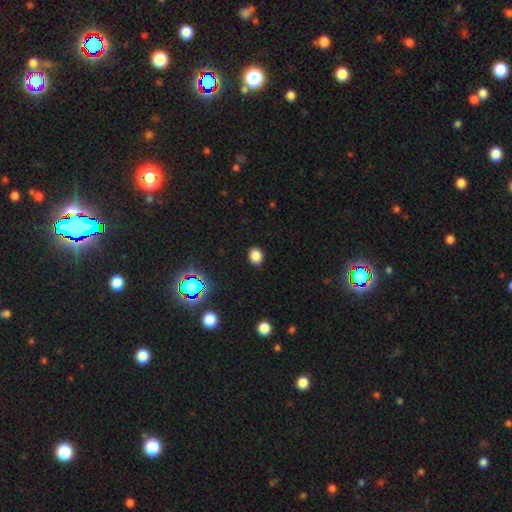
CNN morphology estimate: Q: Smooth or featured?
A: smooth (82%); runner-up: star or artifact (14%)
Q: How rounded?
A: in between (56%); runner-up: round (43%)
Q: Merging?
A: none (89%); runner-up: minor disturbance (8%)